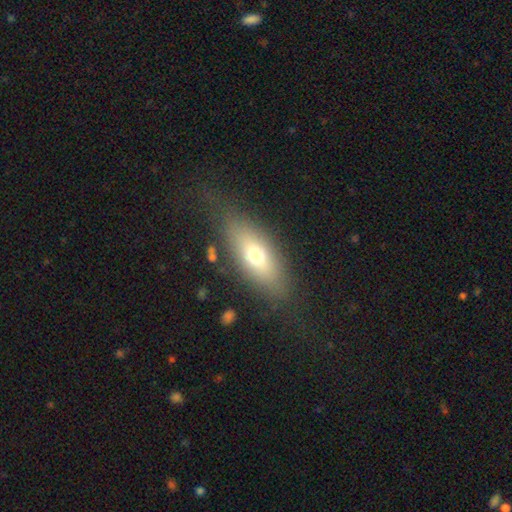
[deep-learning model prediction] Overall: smooth (65%; featured or disk 26%). How rounded: in between (74%). Merging: none (71%).